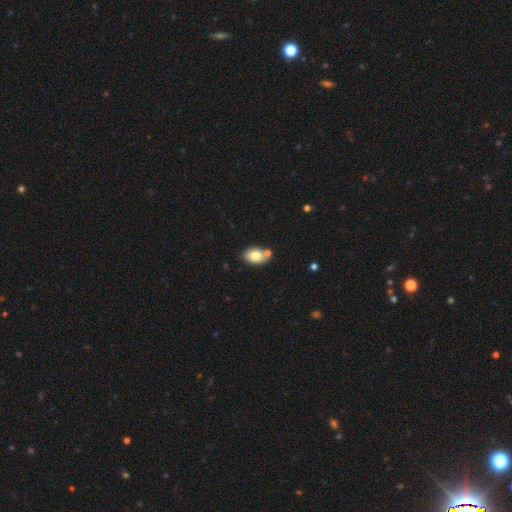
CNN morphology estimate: A smooth galaxy with no disk features (78%) that is in between round and cigar-shaped (86%).

Vote fractions:
- Smooth or featured? smooth: 78% / featured or disk: 14% / star or artifact: 8%
- How rounded? in between: 86% / round: 13% / cigar-shaped: 1%
- Merging? none: 68% / merger: 17% / minor disturbance: 13% / major disturbance: 3%